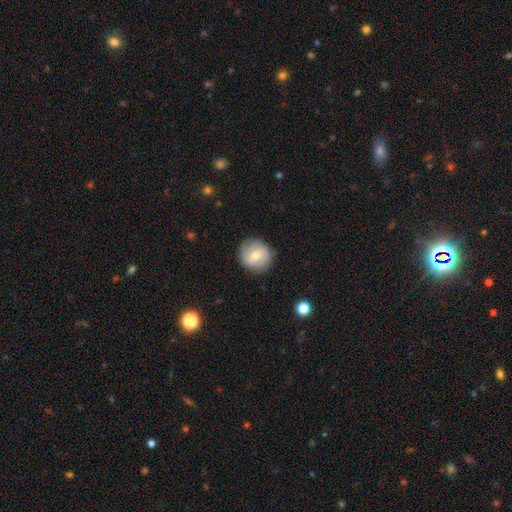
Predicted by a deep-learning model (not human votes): A smooth galaxy with no disk features (63%) that is round (91%). Merging: none (86%).